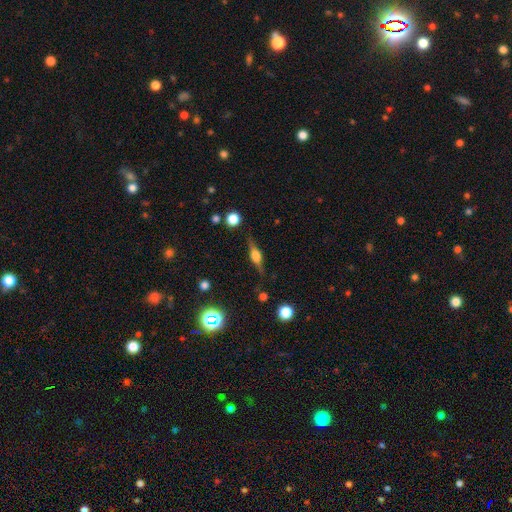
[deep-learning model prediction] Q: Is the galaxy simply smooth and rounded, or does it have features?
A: featured or disk — 67%.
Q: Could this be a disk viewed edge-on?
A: yes — 95%.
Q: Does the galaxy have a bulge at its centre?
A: rounded — 86%.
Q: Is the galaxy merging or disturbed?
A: none — 81%.